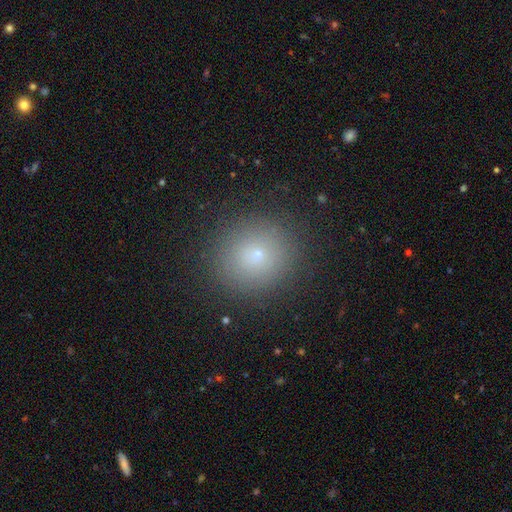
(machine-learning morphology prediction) smooth 70%, star or artifact 18%, featured or disk 12%. Down the decision tree: how rounded — round (92%); merging — none (89%).